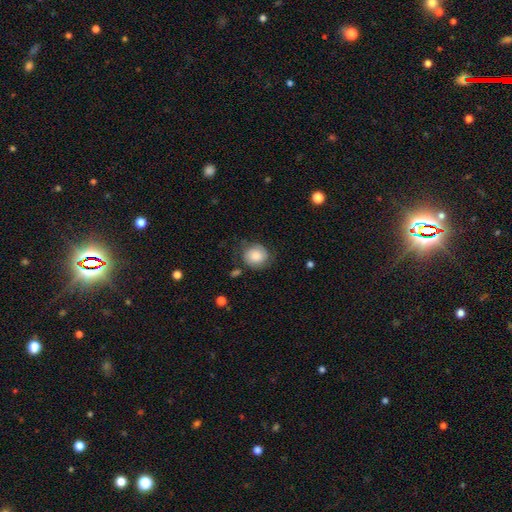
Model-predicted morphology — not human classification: This is likely a smooth galaxy (73%). How rounded: likely round (76%). Merging: likely none (66%).